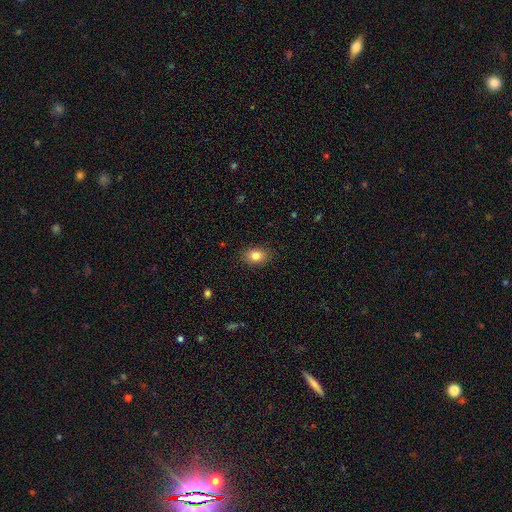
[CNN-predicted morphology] This appears to be a smooth galaxy with no disk features (84%) that is in between round and cigar-shaped (76%). Merging: none (87%).